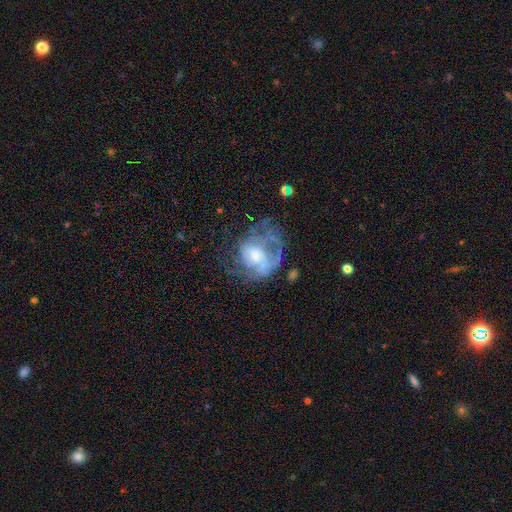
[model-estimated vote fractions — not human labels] smooth_or_featured: featured or disk (p=0.70) [alt: smooth p=0.20]
disk_edge_on: no (p=0.97) [alt: yes p=0.03]
bar: no (p=0.68) [alt: weak p=0.27]
has_spiral_arms: yes (p=0.67) [alt: no p=0.33]
bulge_size: moderate (p=0.45) [alt: small p=0.39]
merging: none (p=0.43) [alt: major disturbance p=0.34]